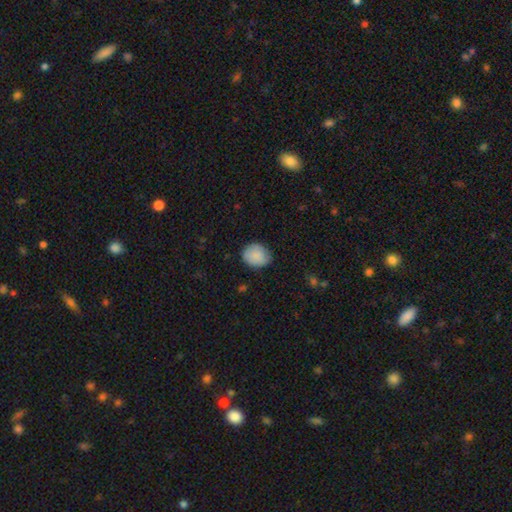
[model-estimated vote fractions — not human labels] This is clearly a smooth galaxy (86%). How rounded: likely round (70%). Merging: likely none (77%).